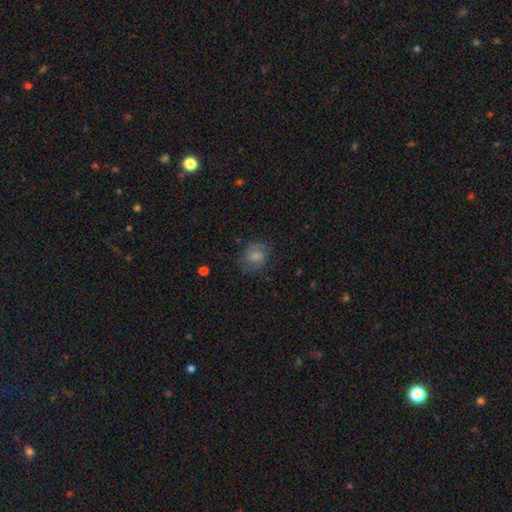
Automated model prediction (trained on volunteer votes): Q: Smooth or featured?
A: smooth (63%); runner-up: featured or disk (28%)
Q: How rounded?
A: round (64%); runner-up: in between (35%)
Q: Merging?
A: none (66%); runner-up: minor disturbance (23%)